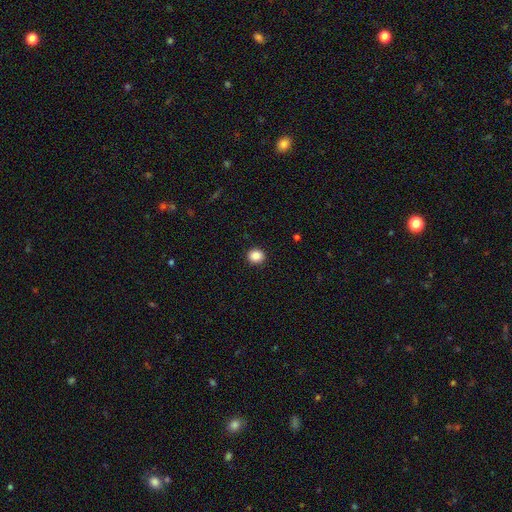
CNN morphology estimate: Overall: smooth (87%). How rounded: round (87%). Merging: none (92%).